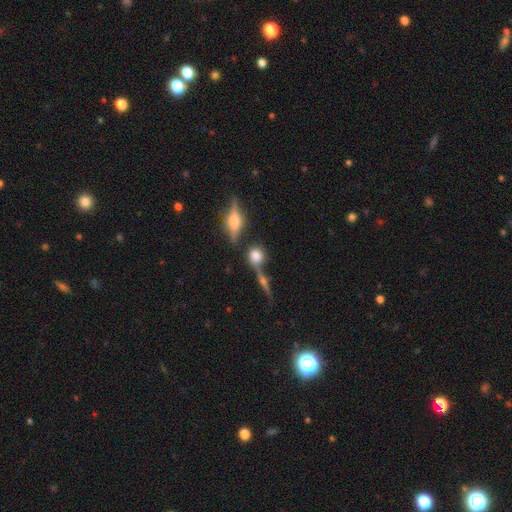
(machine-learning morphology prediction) A smooth galaxy with no disk features (57%) that is round (77%). Merging: none (59%).